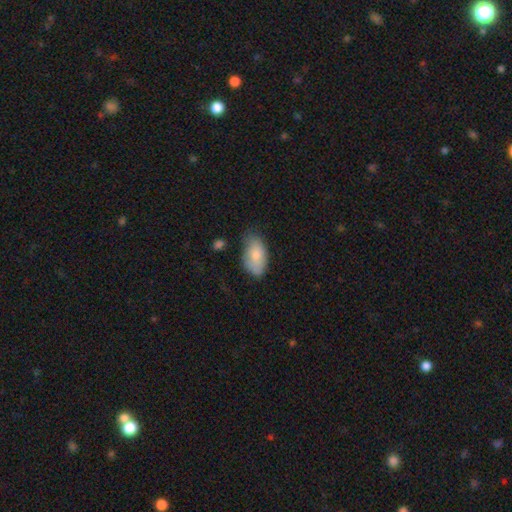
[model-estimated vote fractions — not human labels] Smooth or featured: smooth — 79% (featured or disk — 15%)
How rounded: in between — 94% (round — 5%)
Merging: none — 55% (minor disturbance — 34%)